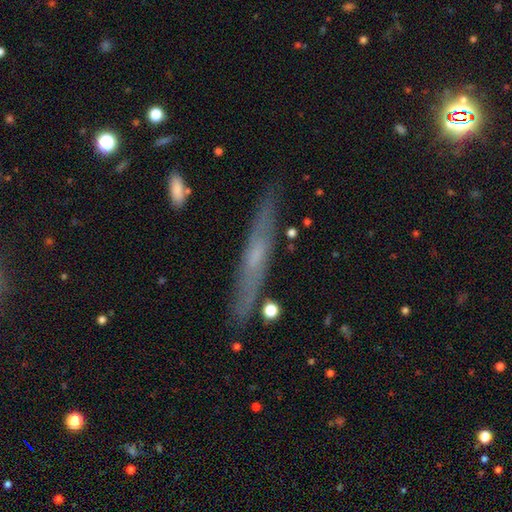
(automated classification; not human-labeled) Smooth or featured: featured or disk — 55% (smooth — 37%)
Edge-on disk: yes — 87% (no — 13%)
Merging: none — 85% (minor disturbance — 11%)